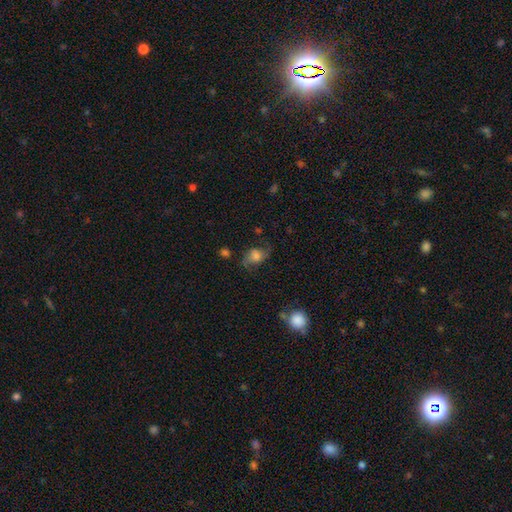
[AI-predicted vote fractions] Smooth or featured?
  - smooth: 47% *
  - featured or disk: 42%
  - star or artifact: 11%
Merging?
  - none: 59% *
  - minor disturbance: 24%
  - major disturbance: 15%
  - merger: 2%